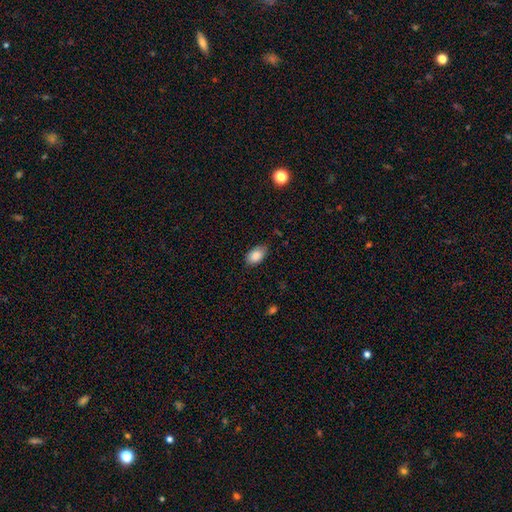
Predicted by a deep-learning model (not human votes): This appears to be a smooth galaxy with no disk features (88%) that is in between round and cigar-shaped (91%). Merging: none (74%).